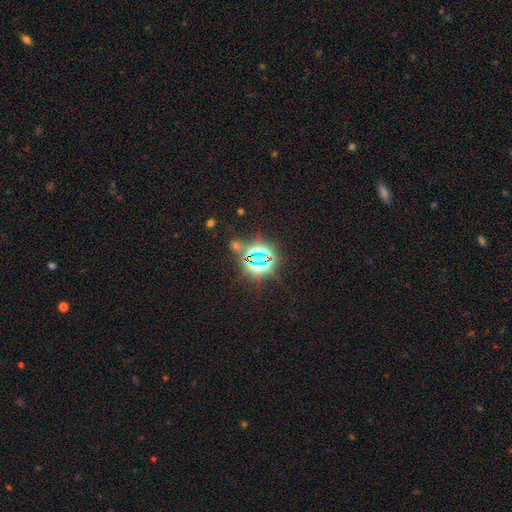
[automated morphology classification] The model was most divided on "smooth or featured": star or artifact: 80%, smooth: 13%, featured or disk: 7%.